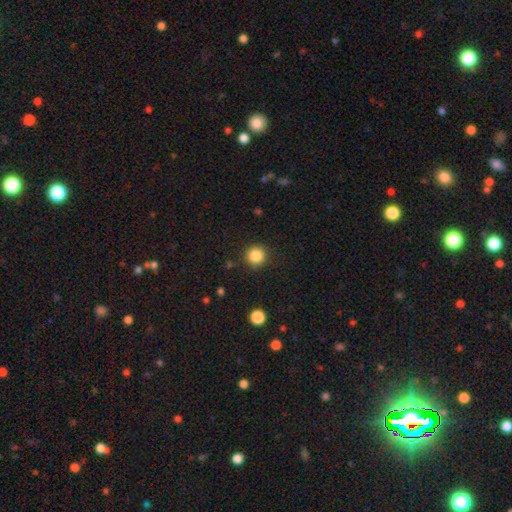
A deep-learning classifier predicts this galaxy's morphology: Smooth or featured? smooth (85%)
How rounded? round (94%)
Merging? none (90%)